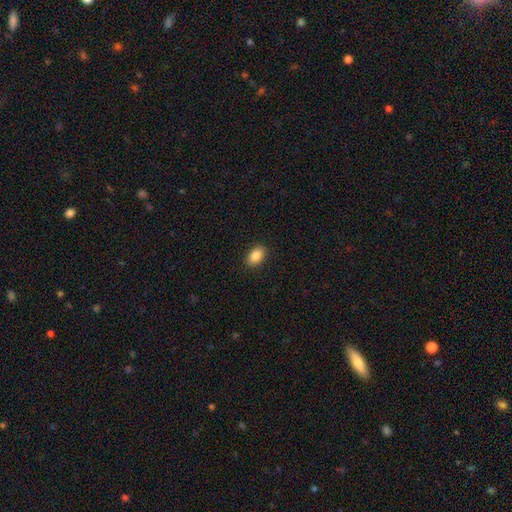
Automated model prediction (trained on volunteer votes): This appears to be a smooth galaxy with no disk features (87%) that is in between round and cigar-shaped (88%). Merging: none (90%).